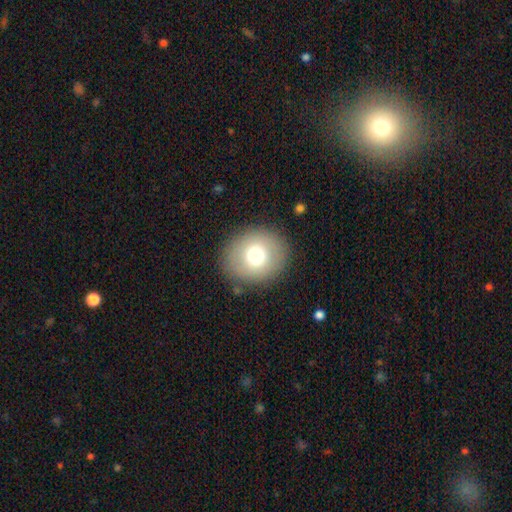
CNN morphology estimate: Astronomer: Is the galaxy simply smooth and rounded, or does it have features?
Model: smooth — 72%.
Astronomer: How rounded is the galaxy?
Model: round — 76%.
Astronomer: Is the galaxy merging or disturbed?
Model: none — 87%.